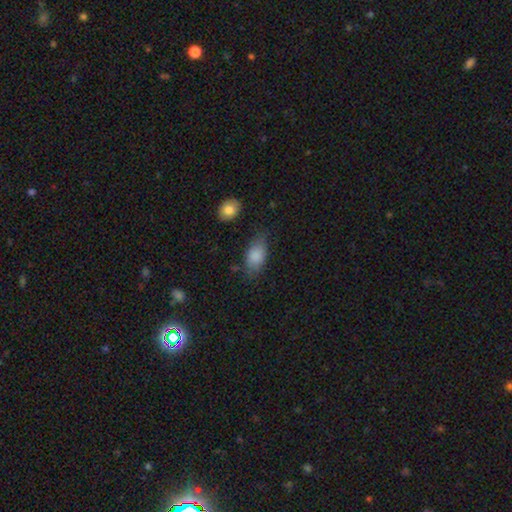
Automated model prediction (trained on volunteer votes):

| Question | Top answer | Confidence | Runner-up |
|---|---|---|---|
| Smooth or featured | smooth | 84% | featured or disk (8%) |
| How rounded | in between | 89% | round (6%) |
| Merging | none | 64% | minor disturbance (25%) |